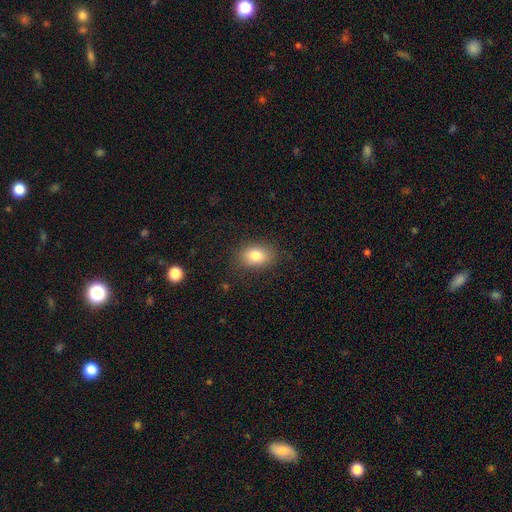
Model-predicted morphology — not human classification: This is clearly a smooth galaxy (82%). How rounded: likely in between (77%). Merging: clearly none (84%).